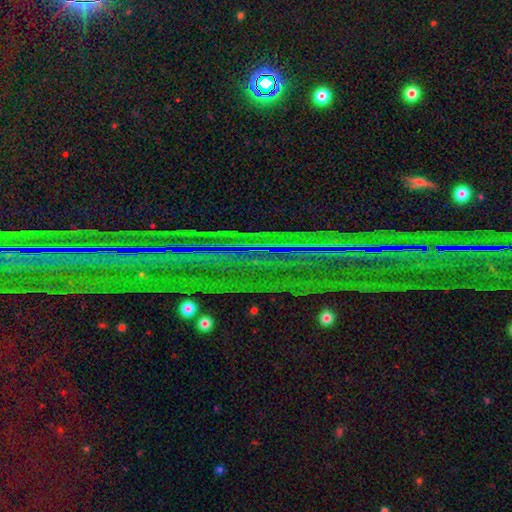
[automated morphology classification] star or artifact 84%, featured or disk 9%, smooth 7%.